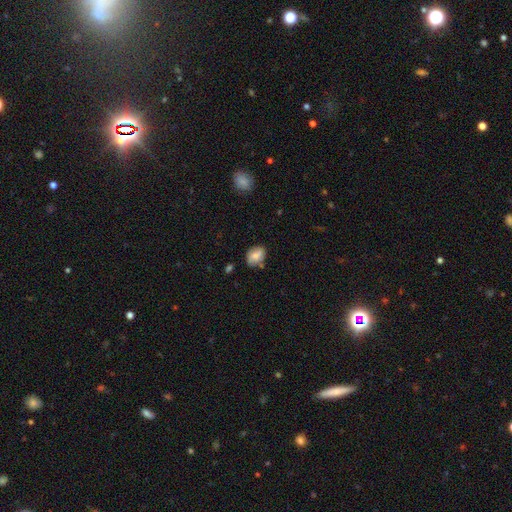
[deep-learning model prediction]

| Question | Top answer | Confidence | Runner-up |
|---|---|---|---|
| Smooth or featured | smooth | 69% | featured or disk (22%) |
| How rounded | in between | 70% | round (29%) |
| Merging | none | 67% | minor disturbance (24%) |